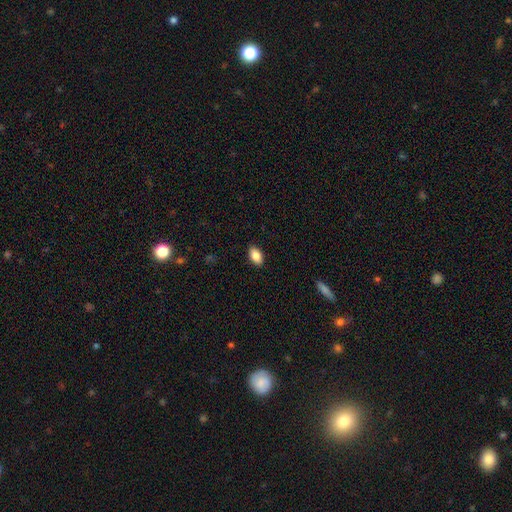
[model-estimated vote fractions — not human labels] A smooth galaxy with no disk features (86%) that is in between round and cigar-shaped (92%). Merging: none (90%).